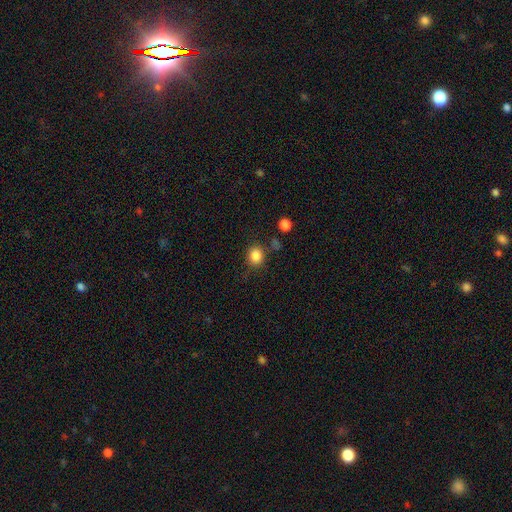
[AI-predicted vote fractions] A smooth galaxy with no disk features (85%) that is round (80%). Merging: none (80%).